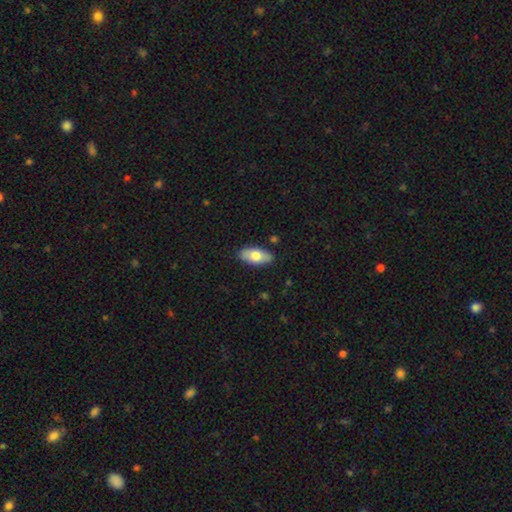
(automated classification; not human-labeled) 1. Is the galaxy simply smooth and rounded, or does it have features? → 72% smooth, 23% featured or disk, 6% star or artifact.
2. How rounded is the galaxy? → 89% in between, 8% cigar-shaped, 3% round.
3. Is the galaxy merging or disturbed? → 86% none, 11% minor disturbance, 2% major disturbance, 1% merger.